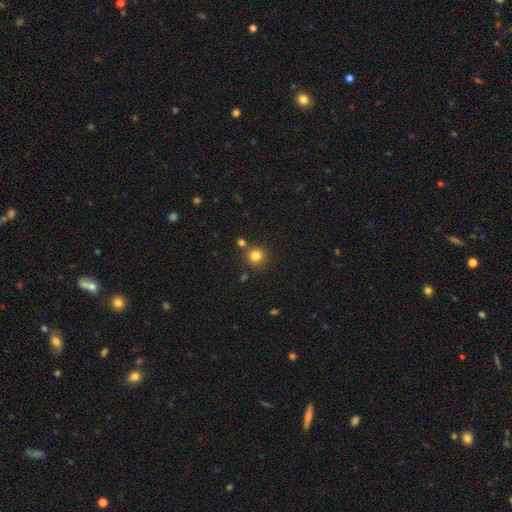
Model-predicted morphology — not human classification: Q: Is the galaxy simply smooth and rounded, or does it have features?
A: smooth — 81%.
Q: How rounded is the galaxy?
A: round — 92%.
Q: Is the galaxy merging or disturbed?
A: none — 80%.